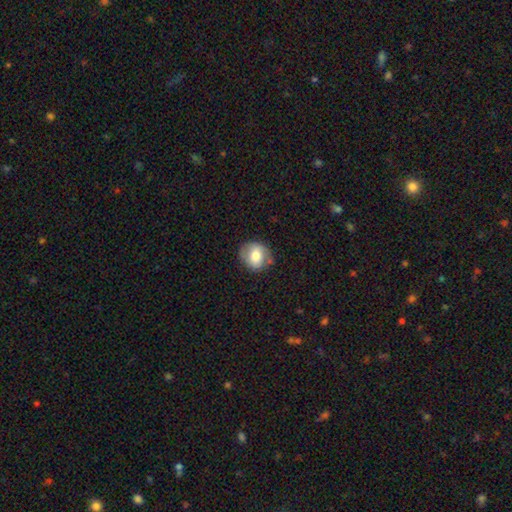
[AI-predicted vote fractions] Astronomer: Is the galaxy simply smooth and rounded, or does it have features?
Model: smooth — 67%.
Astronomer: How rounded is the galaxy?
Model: round — 73%.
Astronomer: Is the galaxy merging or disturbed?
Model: none — 74%.